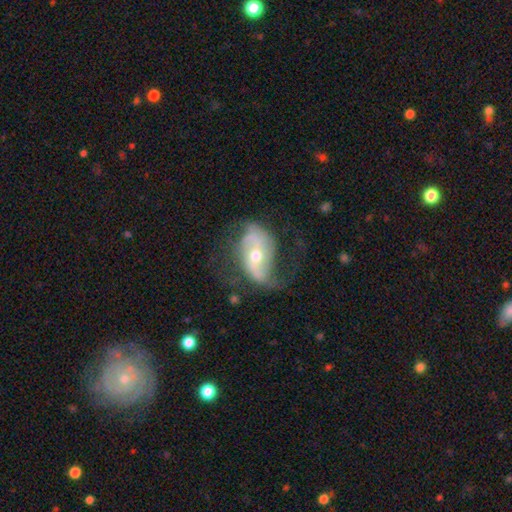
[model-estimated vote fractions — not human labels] Morphology: type=featured or disk (80%); edge-on=no (95%); bar=weak (34%, tied with strong); spiral arms=yes (89%); winding=loose (56%); arm count=2 (82%); bulge=moderate (56%); merging=none (54%).